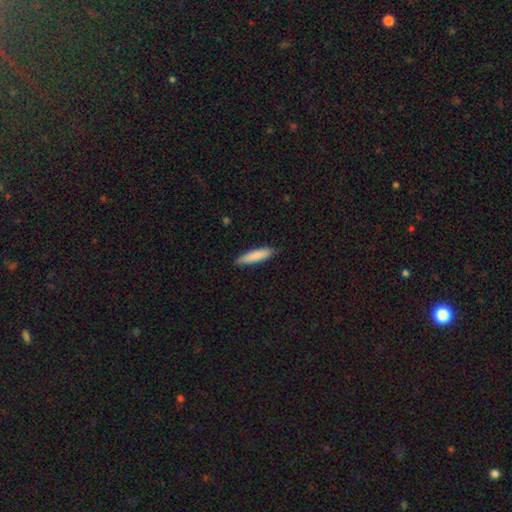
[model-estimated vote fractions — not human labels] A smooth galaxy with no disk features (85%) that is cigar-shaped (75%).

Vote fractions:
- Smooth or featured? smooth: 85% / featured or disk: 9% / star or artifact: 5%
- How rounded? cigar-shaped: 75% / in between: 23% / round: 1%
- Merging? none: 86% / minor disturbance: 11% / major disturbance: 2% / merger: 1%